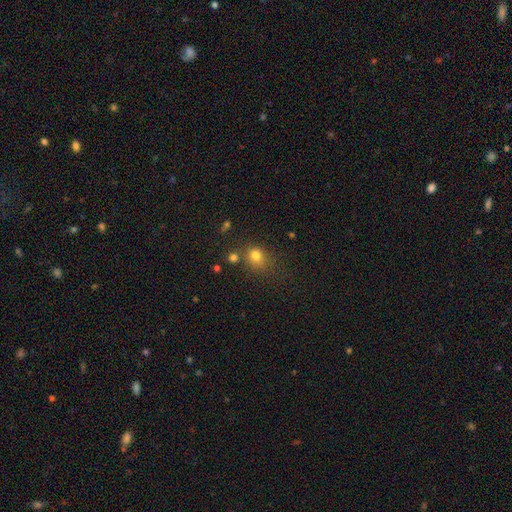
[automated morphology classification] Q: Smooth or featured?
A: smooth (77%); runner-up: star or artifact (15%)
Q: How rounded?
A: round (63%); runner-up: in between (36%)
Q: Merging?
A: none (60%); runner-up: minor disturbance (18%)